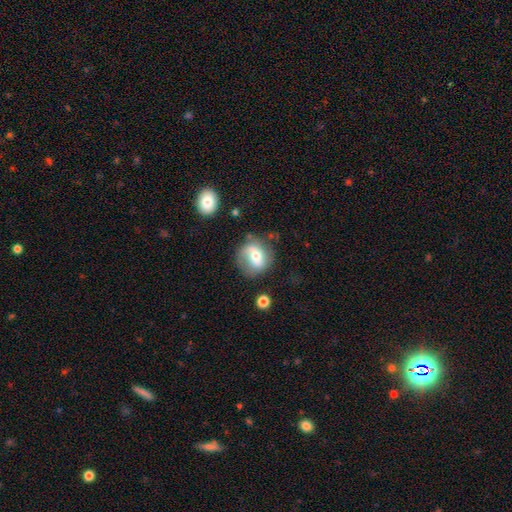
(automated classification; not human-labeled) The model was most divided on "smooth or featured": featured or disk: 48%, smooth: 44%, star or artifact: 8%. More confident: merging — none (64%).